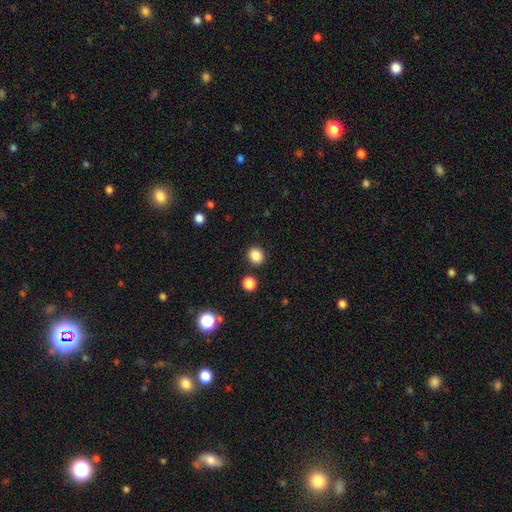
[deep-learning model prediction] A smooth galaxy with no disk features (85%) that is round (80%).

Vote fractions:
- Smooth or featured? smooth: 85% / star or artifact: 11% / featured or disk: 4%
- How rounded? round: 80% / in between: 19% / cigar-shaped: 1%
- Merging? none: 89% / minor disturbance: 6% / merger: 3% / major disturbance: 2%